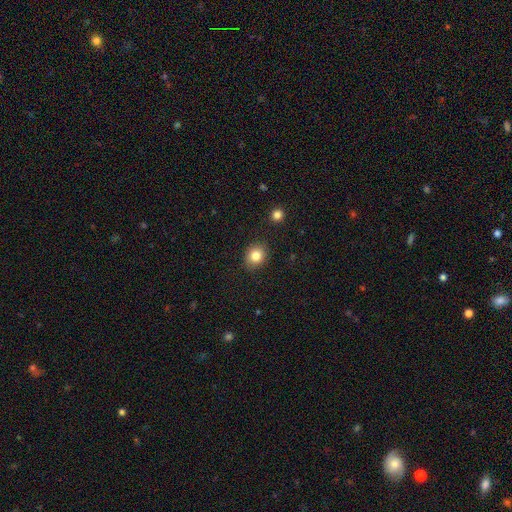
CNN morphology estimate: This is clearly a smooth galaxy (83%). How rounded: likely round (69%). Merging: clearly none (88%).